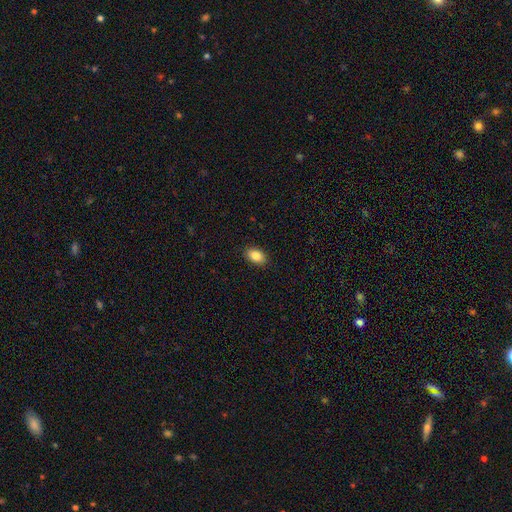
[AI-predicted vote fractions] Morphology: type=smooth (86%); roundness=in between (88%); merging=none (89%).